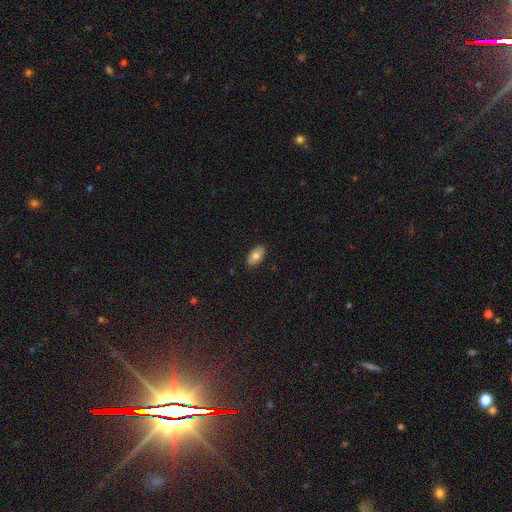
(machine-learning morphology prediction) smooth 75%, featured or disk 18%, star or artifact 7%. Down the decision tree: how rounded — in between (94%); merging — none (87%).